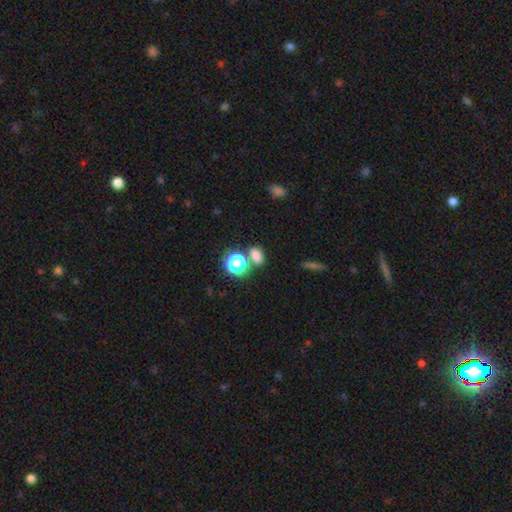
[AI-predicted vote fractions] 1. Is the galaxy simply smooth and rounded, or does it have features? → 77% smooth, 18% star or artifact, 6% featured or disk.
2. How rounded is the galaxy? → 64% in between, 34% round, 2% cigar-shaped.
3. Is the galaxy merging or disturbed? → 65% none, 21% merger, 10% minor disturbance, 4% major disturbance.